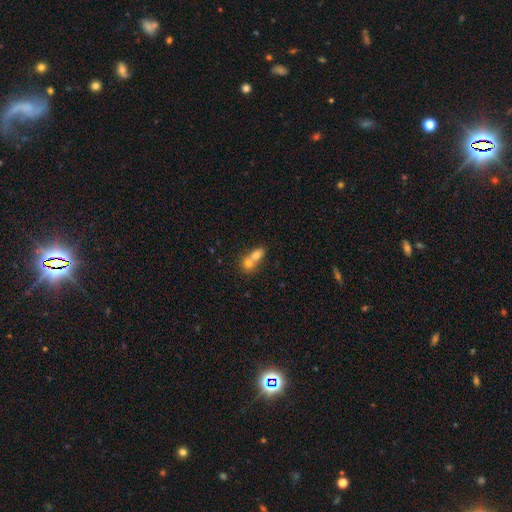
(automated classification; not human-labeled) A smooth galaxy with no disk features (72%) that is in between round and cigar-shaped (60%).

Vote fractions:
- Smooth or featured? smooth: 72% / featured or disk: 19% / star or artifact: 10%
- How rounded? in between: 60% / round: 36% / cigar-shaped: 5%
- Merging? merger: 71% / none: 21% / minor disturbance: 5% / major disturbance: 3%